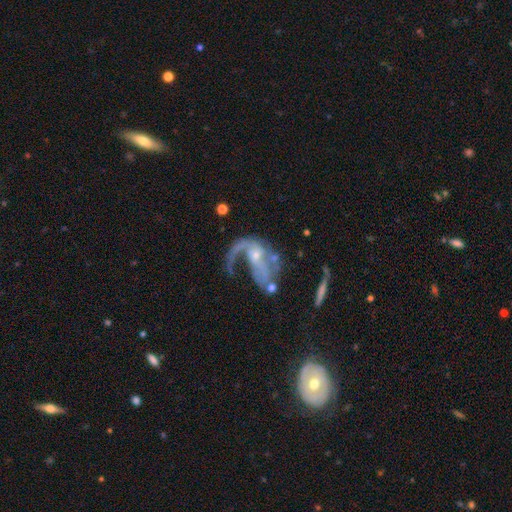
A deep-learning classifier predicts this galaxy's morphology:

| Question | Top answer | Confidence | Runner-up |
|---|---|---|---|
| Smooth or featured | featured or disk | 79% | smooth (13%) |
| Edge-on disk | no | 96% | yes (4%) |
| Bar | no | 60% | weak (30%) |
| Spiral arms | yes | 75% | no (25%) |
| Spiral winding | loose | 65% | medium (25%) |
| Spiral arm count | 1 | 62% | 2 (23%) |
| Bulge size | small | 64% | moderate (20%) |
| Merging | major disturbance | 52% | none (22%) |